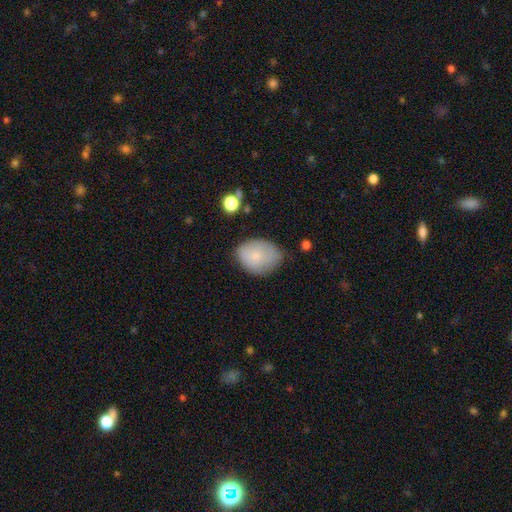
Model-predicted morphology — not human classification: A smooth galaxy with no disk features (78%) that is in between round and cigar-shaped (73%).

Vote fractions:
- Smooth or featured? smooth: 78% / featured or disk: 15% / star or artifact: 7%
- How rounded? in between: 73% / round: 26% / cigar-shaped: 1%
- Merging? none: 62% / minor disturbance: 29% / major disturbance: 6% / merger: 2%